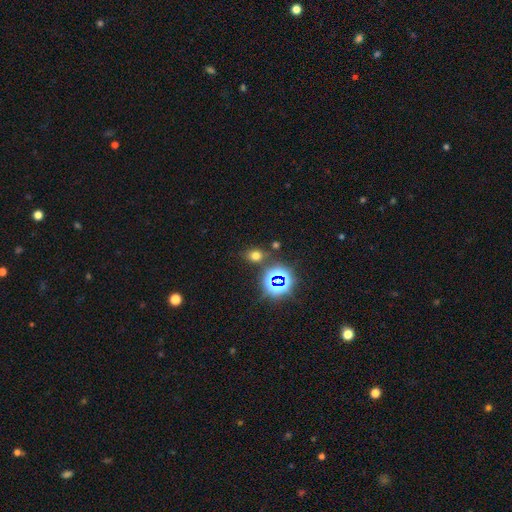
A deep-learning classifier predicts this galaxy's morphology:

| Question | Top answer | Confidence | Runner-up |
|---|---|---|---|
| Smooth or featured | smooth | 58% | star or artifact (34%) |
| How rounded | round | 51% | in between (47%) |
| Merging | none | 78% | minor disturbance (11%) |